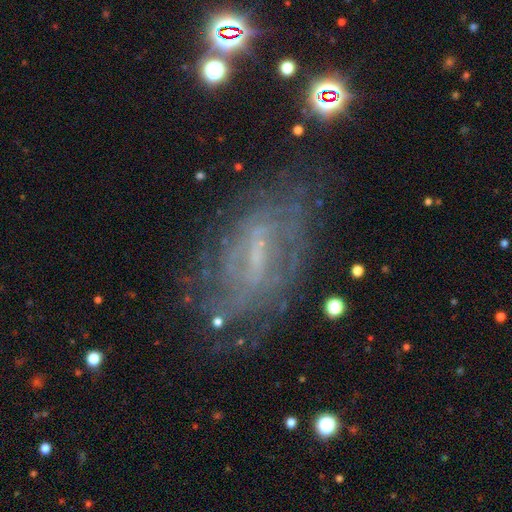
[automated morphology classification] Smooth or featured?
  - featured or disk: 70% *
  - smooth: 16%
  - star or artifact: 14%
Edge-on disk?
  - no: 88% *
  - yes: 12%
Bar?
  - weak: 46% *
  - strong: 32%
  - no: 22%
Spiral arms?
  - yes: 69% *
  - no: 31%
Bulge size?
  - small: 45% *
  - none: 31%
  - moderate: 21%
  - large: 2%
  - dominant: 1%
Merging?
  - none: 66% *
  - minor disturbance: 19%
  - major disturbance: 12%
  - merger: 3%